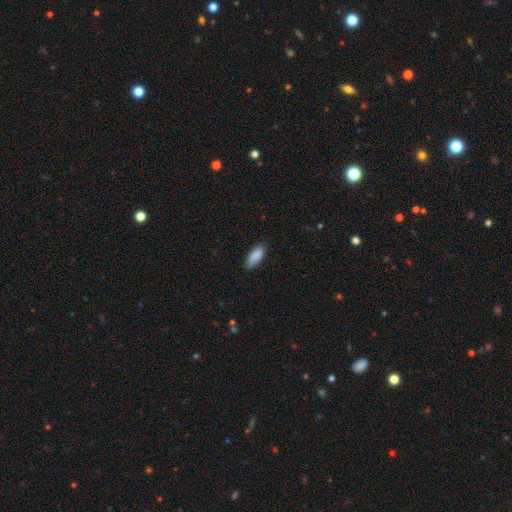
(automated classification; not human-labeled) A smooth galaxy with no disk features (89%) that is in between round and cigar-shaped (81%).

Vote fractions:
- Smooth or featured? smooth: 89% / star or artifact: 6% / featured or disk: 5%
- How rounded? in between: 81% / cigar-shaped: 17% / round: 2%
- Merging? none: 82% / minor disturbance: 15% / major disturbance: 2% / merger: 1%